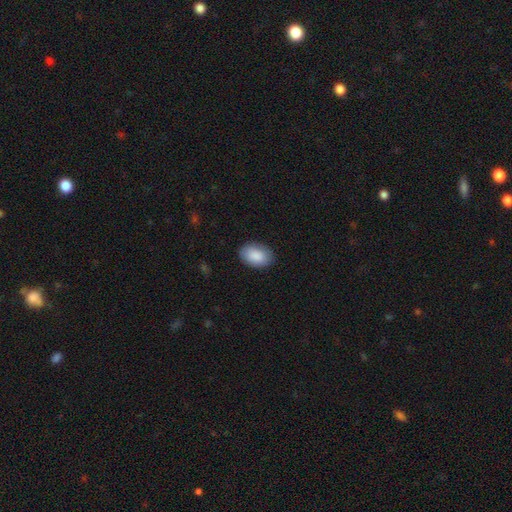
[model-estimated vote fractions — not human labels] This is clearly a smooth galaxy (89%). How rounded: clearly in between (89%). Merging: clearly none (87%).